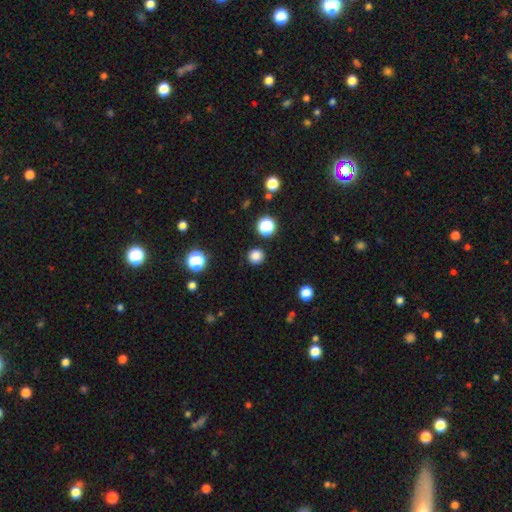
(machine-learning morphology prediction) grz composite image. It shows a smooth galaxy with no disk features (83%) that is round (93%). Merging: none (90%).